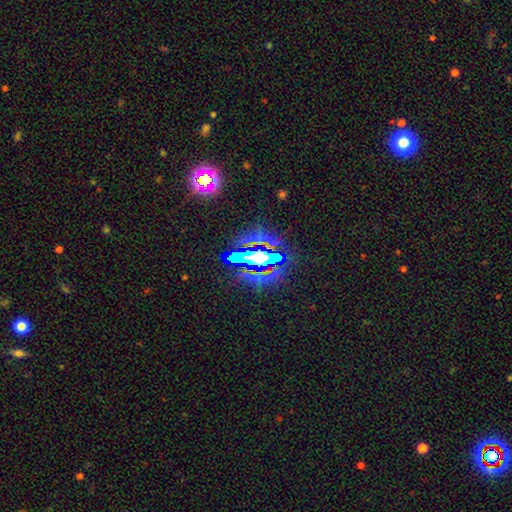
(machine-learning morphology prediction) Q: Smooth or featured?
A: star or artifact (66%); runner-up: smooth (19%)